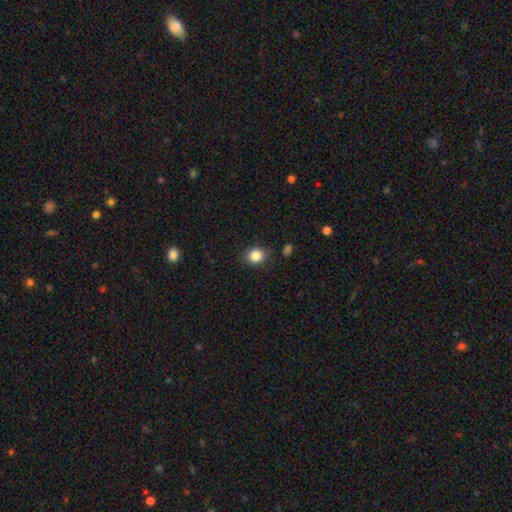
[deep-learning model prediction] A smooth galaxy with no disk features (84%) that is round (62%).

Vote fractions:
- Smooth or featured? smooth: 84% / star or artifact: 10% / featured or disk: 5%
- How rounded? round: 62% / in between: 37% / cigar-shaped: 1%
- Merging? none: 83% / minor disturbance: 12% / major disturbance: 3% / merger: 2%